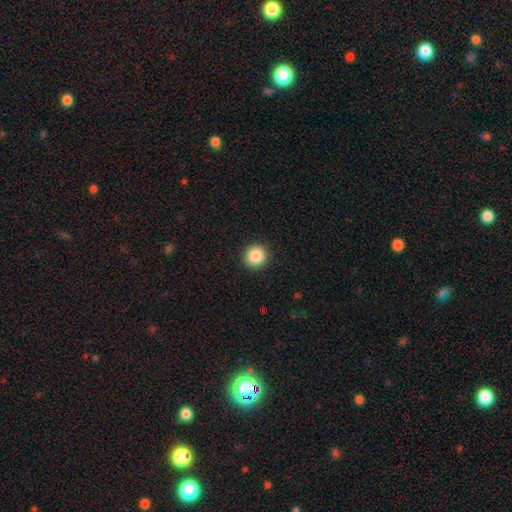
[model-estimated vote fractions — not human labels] A smooth galaxy with no disk features (87%) that is round (93%). Merging: none (93%).